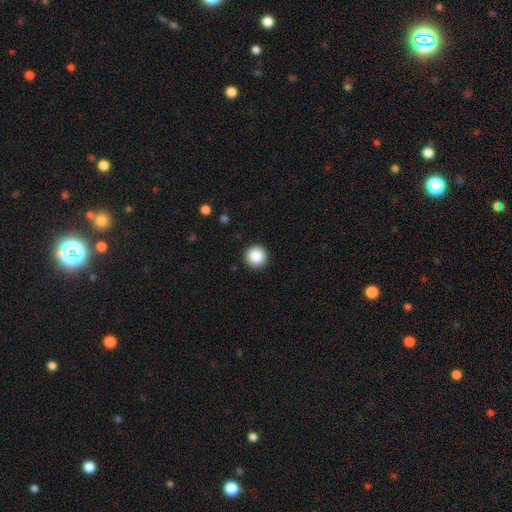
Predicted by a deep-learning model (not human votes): smooth-or-featured: smooth: 87% | star or artifact: 9% | featured or disk: 4%
  how-rounded: round: 96% | in between: 3% | cigar-shaped: 1%
  merging: none: 93% | minor disturbance: 5% | major disturbance: 2% | merger: 1%